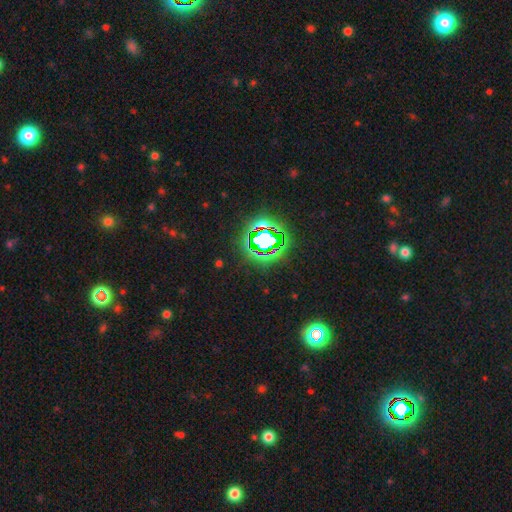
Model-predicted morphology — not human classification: Overall: star or artifact (81%).